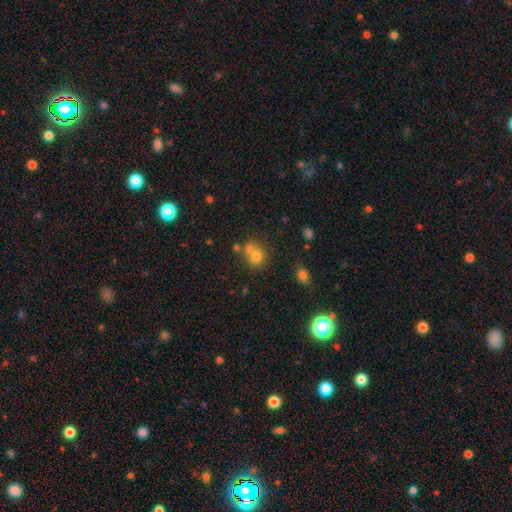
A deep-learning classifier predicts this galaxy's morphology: Smooth or featured: smooth — 68% (star or artifact — 16%)
How rounded: round — 75% (in between — 24%)
Merging: merger — 49% (none — 39%)